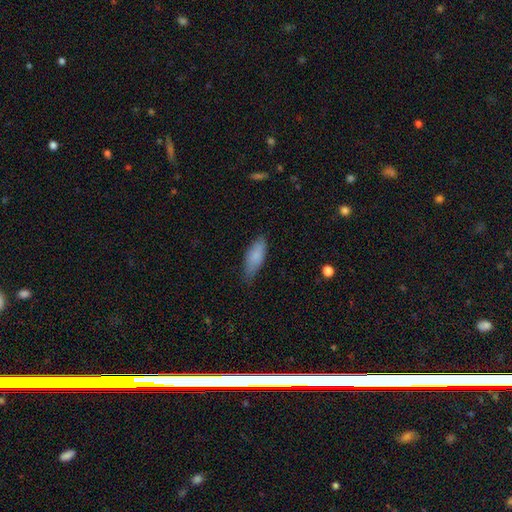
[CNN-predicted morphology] Smooth or featured?
  - smooth: 83% *
  - featured or disk: 11%
  - star or artifact: 6%
How rounded?
  - in between: 71% *
  - cigar-shaped: 27%
  - round: 2%
Merging?
  - none: 73% *
  - minor disturbance: 23%
  - major disturbance: 4%
  - merger: 1%